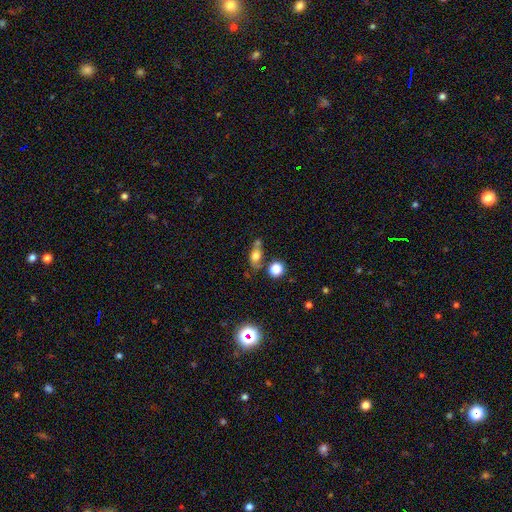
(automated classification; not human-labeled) smooth-or-featured: smooth: 70% | featured or disk: 17% | star or artifact: 13%
  how-rounded: in between: 62% | round: 29% | cigar-shaped: 9%
  merging: none: 54% | merger: 22% | minor disturbance: 17% | major disturbance: 7%